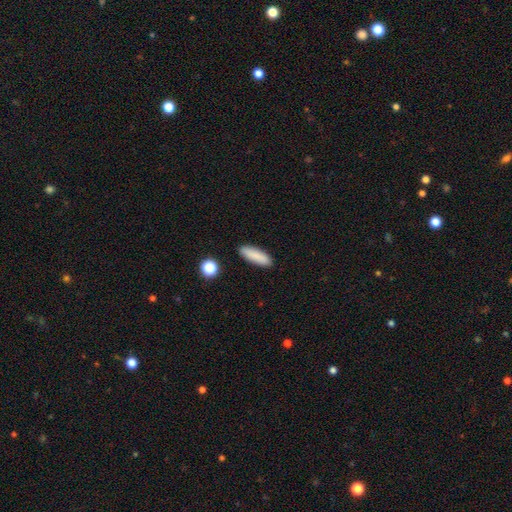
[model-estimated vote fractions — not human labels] Smooth or featured?
  - smooth: 86% *
  - star or artifact: 7%
  - featured or disk: 6%
How rounded?
  - cigar-shaped: 56% *
  - in between: 42%
  - round: 2%
Merging?
  - none: 89% *
  - minor disturbance: 8%
  - major disturbance: 2%
  - merger: 2%